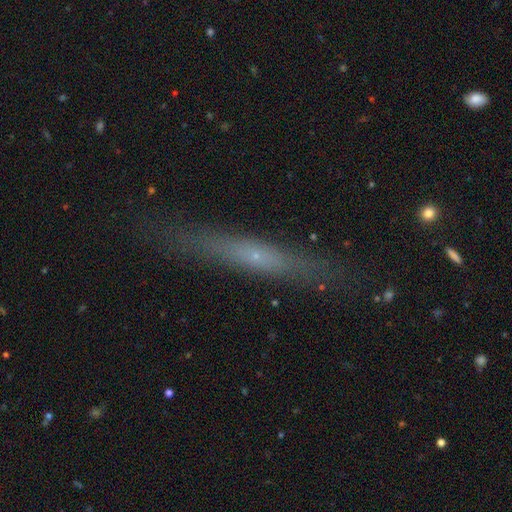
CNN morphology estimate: type=featured or disk (55%); edge-on=yes (90%); merging=none (87%).